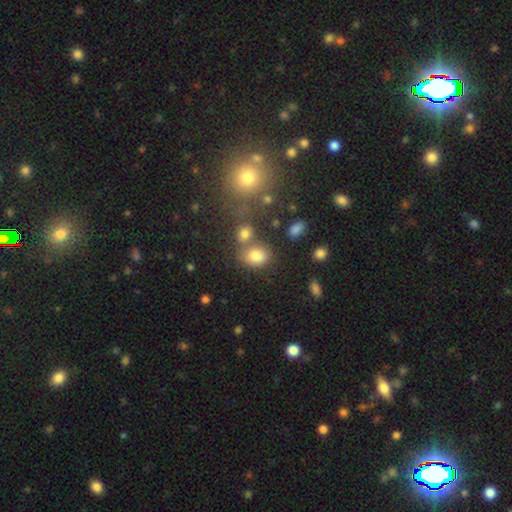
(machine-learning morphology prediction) Smooth or featured? Predicted: smooth (p=0.79). How rounded? Predicted: in between (p=0.68). Merging? Predicted: none (p=0.55).